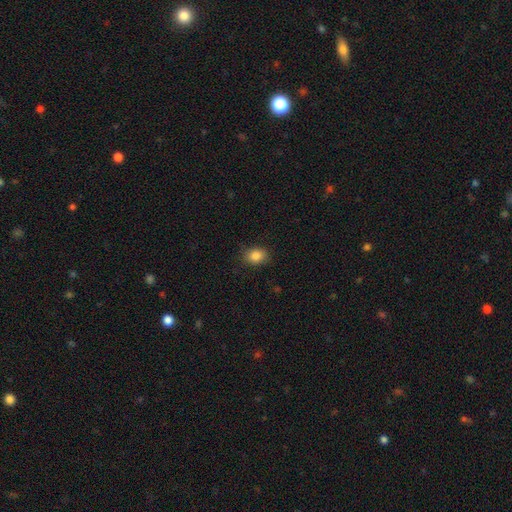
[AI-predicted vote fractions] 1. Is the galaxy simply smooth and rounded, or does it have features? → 85% smooth, 10% star or artifact, 5% featured or disk.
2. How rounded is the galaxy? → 57% in between, 42% round, 1% cigar-shaped.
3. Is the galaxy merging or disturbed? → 83% none, 13% minor disturbance, 3% major disturbance, 1% merger.